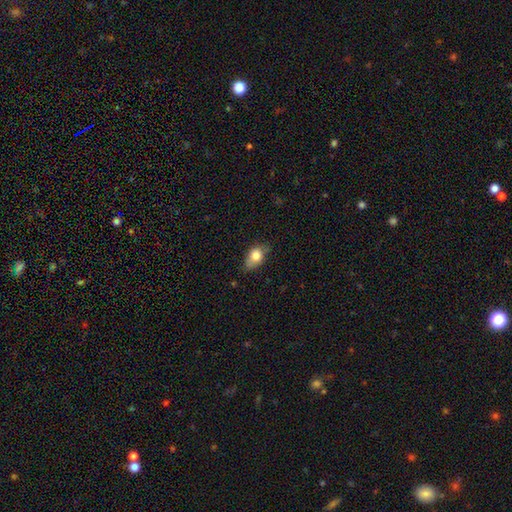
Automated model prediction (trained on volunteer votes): Q: Smooth or featured?
A: smooth (77%); runner-up: featured or disk (15%)
Q: How rounded?
A: in between (80%); runner-up: round (17%)
Q: Merging?
A: none (63%); runner-up: minor disturbance (29%)